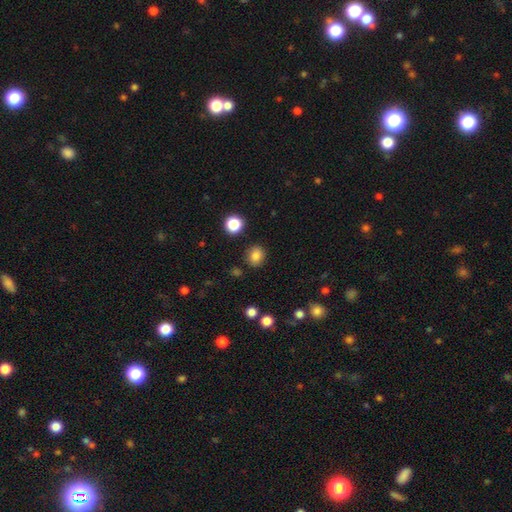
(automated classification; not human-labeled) Smooth or featured? smooth (84%)
How rounded? round (66%)
Merging? none (87%)